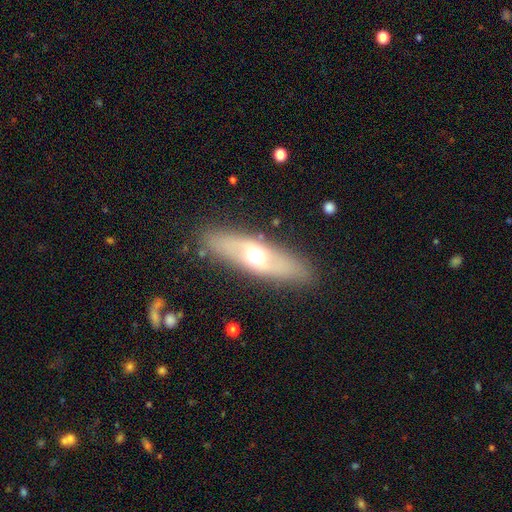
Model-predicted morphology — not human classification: Smooth or featured: smooth — 48% (featured or disk — 45%)
Merging: none — 86% (minor disturbance — 9%)